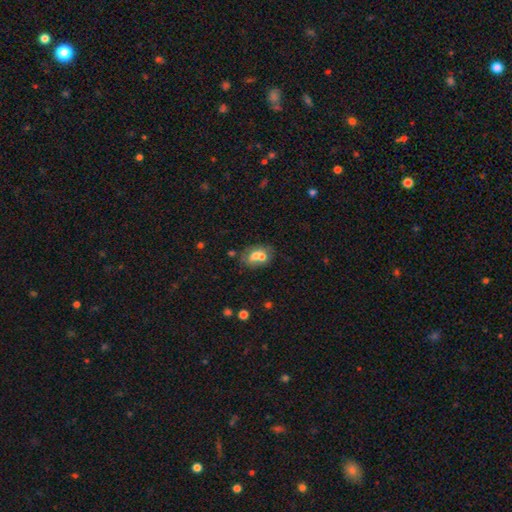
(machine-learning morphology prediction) smooth-or-featured: smooth: 59% | featured or disk: 31% | star or artifact: 10%
  how-rounded: in between: 66% | round: 32% | cigar-shaped: 1%
  merging: merger: 50% | none: 34% | minor disturbance: 11% | major disturbance: 5%